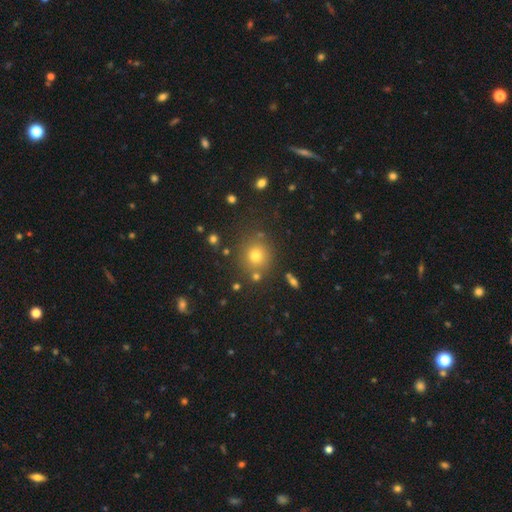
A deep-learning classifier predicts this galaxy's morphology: A smooth galaxy with no disk features (73%) that is round (90%).

Vote fractions:
- Smooth or featured? smooth: 73% / star or artifact: 19% / featured or disk: 9%
- How rounded? round: 90% / in between: 9% / cigar-shaped: 1%
- Merging? none: 82% / minor disturbance: 9% / merger: 6% / major disturbance: 3%